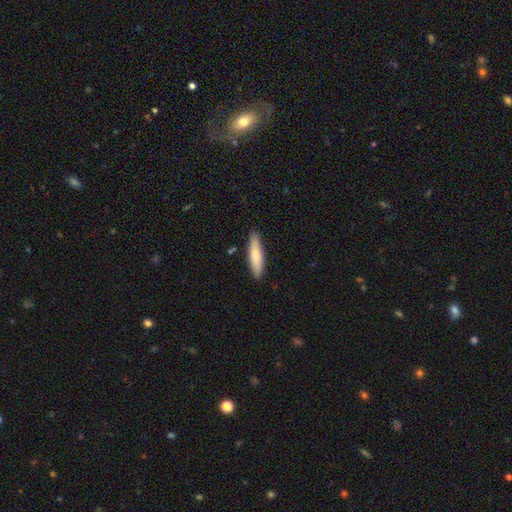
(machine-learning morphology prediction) smooth 75%, featured or disk 20%, star or artifact 5%. Down the decision tree: how rounded — cigar-shaped (75%); merging — none (87%).